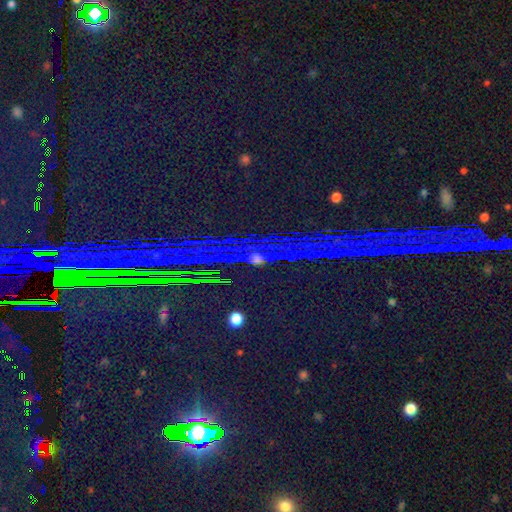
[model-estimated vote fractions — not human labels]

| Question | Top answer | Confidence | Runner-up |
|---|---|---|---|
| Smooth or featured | star or artifact | 86% | featured or disk (7%) |